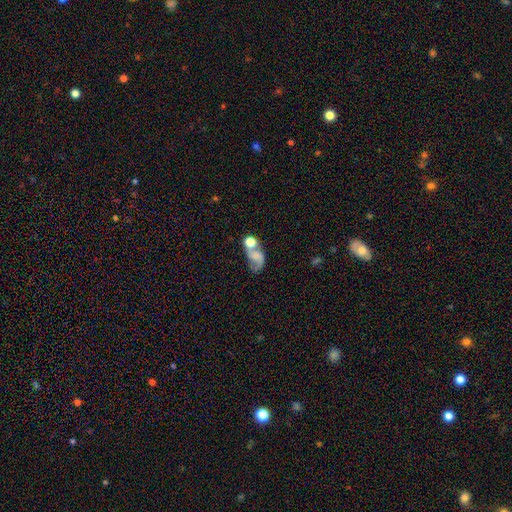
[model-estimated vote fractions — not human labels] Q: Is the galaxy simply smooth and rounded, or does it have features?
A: featured or disk — 50%.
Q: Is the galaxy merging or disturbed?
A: merger — 41%.